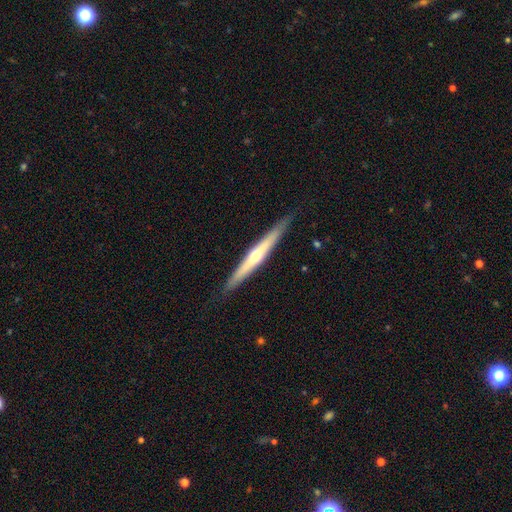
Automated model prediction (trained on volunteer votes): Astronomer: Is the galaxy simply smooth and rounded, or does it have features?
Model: featured or disk — 66%.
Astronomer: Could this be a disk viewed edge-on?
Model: yes — 96%.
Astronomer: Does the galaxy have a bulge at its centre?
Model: rounded — 78%.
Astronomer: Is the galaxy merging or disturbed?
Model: none — 88%.